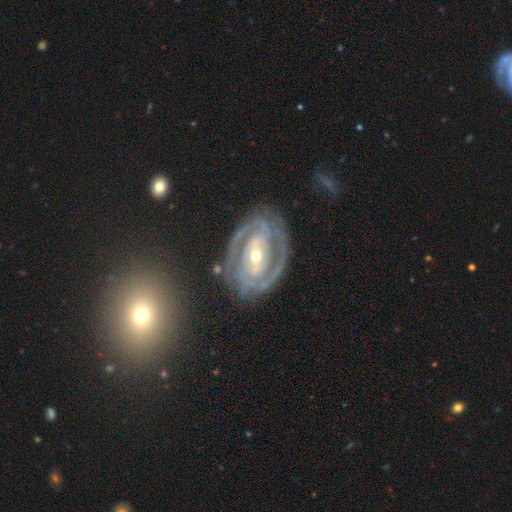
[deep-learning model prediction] smooth_or_featured: featured or disk (p=0.88) [alt: smooth p=0.07]
disk_edge_on: no (p=0.96) [alt: yes p=0.04]
bar: no (p=0.38) [alt: weak p=0.31]
has_spiral_arms: yes (p=0.91) [alt: no p=0.09]
spiral_winding: tight (p=0.69) [alt: medium p=0.26]
spiral_arm_count: 2 (p=0.54) [alt: can't tell p=0.18]
bulge_size: small (p=0.60) [alt: moderate p=0.36]
merging: none (p=0.74) [alt: minor disturbance p=0.16]